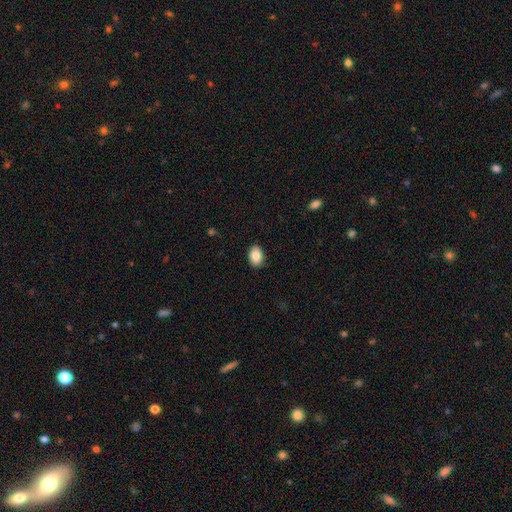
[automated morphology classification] A smooth galaxy with no disk features (87%) that is in between round and cigar-shaped (83%).

Vote fractions:
- Smooth or featured? smooth: 87% / star or artifact: 7% / featured or disk: 6%
- How rounded? in between: 83% / round: 16% / cigar-shaped: 1%
- Merging? none: 89% / minor disturbance: 8% / major disturbance: 2% / merger: 1%